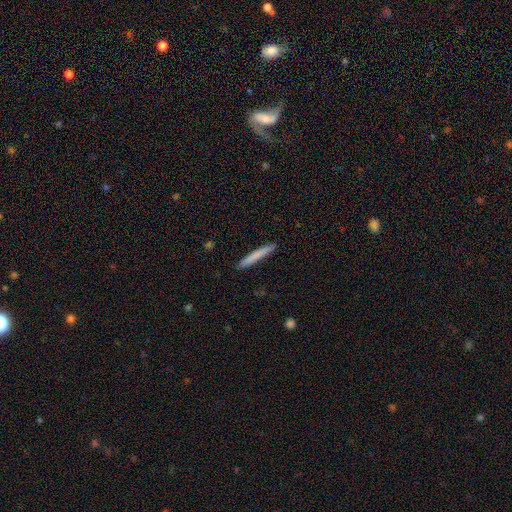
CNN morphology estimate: Q: Smooth or featured?
A: smooth (76%); runner-up: featured or disk (18%)
Q: How rounded?
A: cigar-shaped (96%); runner-up: in between (2%)
Q: Merging?
A: none (91%); runner-up: minor disturbance (6%)